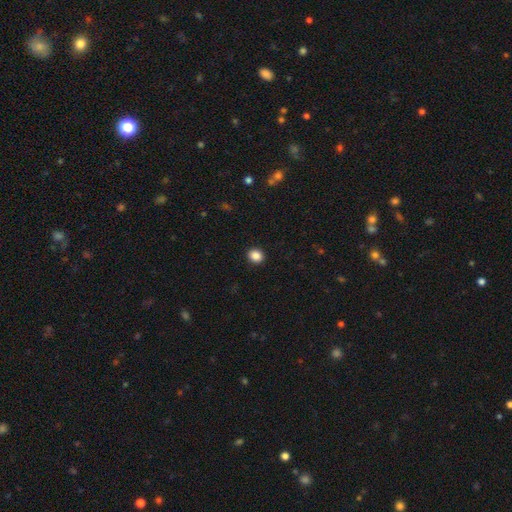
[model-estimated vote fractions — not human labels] smooth 87%, star or artifact 10%, featured or disk 3%. Down the decision tree: how rounded — round (69%); merging — none (92%).